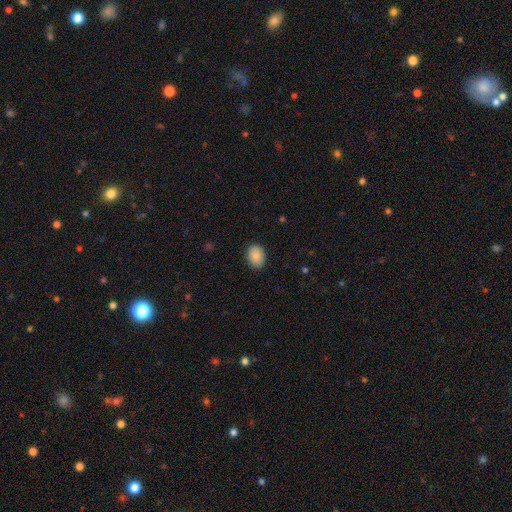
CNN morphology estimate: smooth-or-featured: smooth: 88% | star or artifact: 8% | featured or disk: 5%
  how-rounded: in between: 72% | round: 27% | cigar-shaped: 1%
  merging: none: 87% | minor disturbance: 10% | major disturbance: 2% | merger: 1%